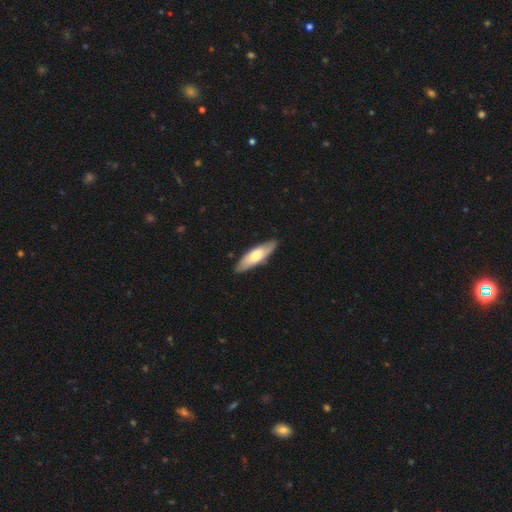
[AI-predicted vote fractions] Q: Smooth or featured?
A: smooth (62%); runner-up: featured or disk (33%)
Q: How rounded?
A: cigar-shaped (54%); runner-up: in between (45%)
Q: Merging?
A: none (87%); runner-up: minor disturbance (10%)